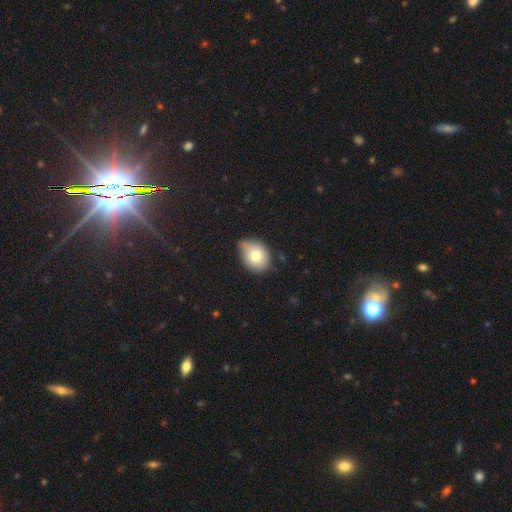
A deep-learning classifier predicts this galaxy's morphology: Smooth or featured?
  - smooth: 75% *
  - featured or disk: 15%
  - star or artifact: 10%
How rounded?
  - round: 50% *
  - in between: 49%
  - cigar-shaped: 1%
Merging?
  - none: 52% *
  - minor disturbance: 38%
  - major disturbance: 7%
  - merger: 3%